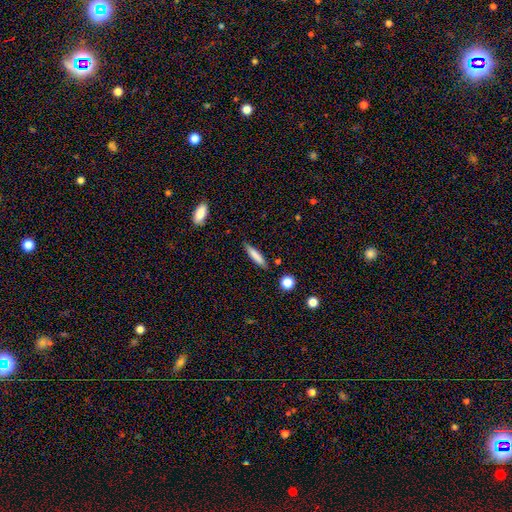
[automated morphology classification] smooth 80%, featured or disk 13%, star or artifact 7%. Down the decision tree: how rounded — cigar-shaped (83%); merging — none (85%).